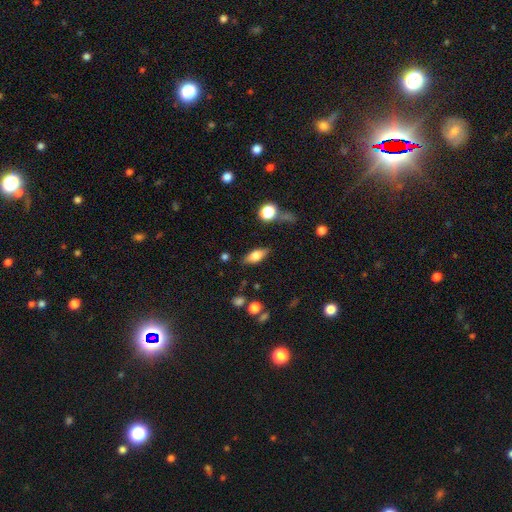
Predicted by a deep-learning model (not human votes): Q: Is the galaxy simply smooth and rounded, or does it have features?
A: smooth — 69%.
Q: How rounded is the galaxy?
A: in between — 80%.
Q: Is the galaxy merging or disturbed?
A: none — 81%.